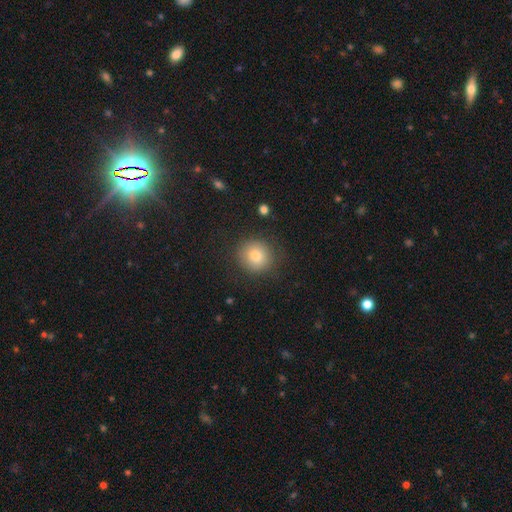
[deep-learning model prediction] Smooth or featured: smooth — 81% (star or artifact — 11%)
How rounded: round — 88% (in between — 11%)
Merging: none — 86% (minor disturbance — 9%)